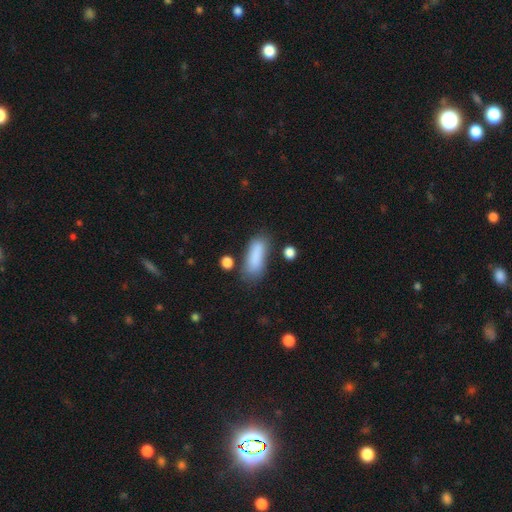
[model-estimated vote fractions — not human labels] Overall: smooth (83%). How rounded: in between (68%; cigar-shaped 30%). Merging: none (61%; minor disturbance 23%).